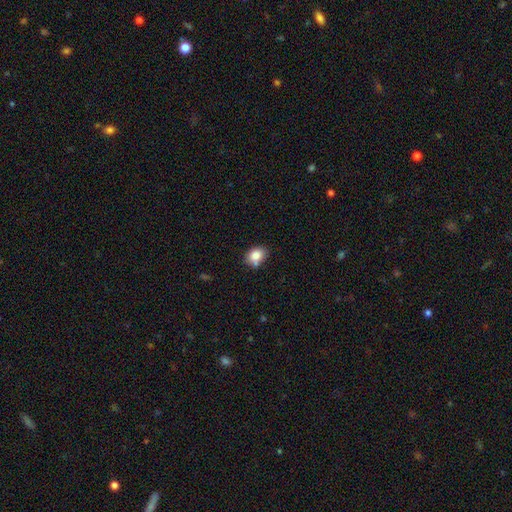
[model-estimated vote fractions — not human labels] A smooth galaxy with no disk features (83%) that is in between round and cigar-shaped (61%). Merging: none (68%).